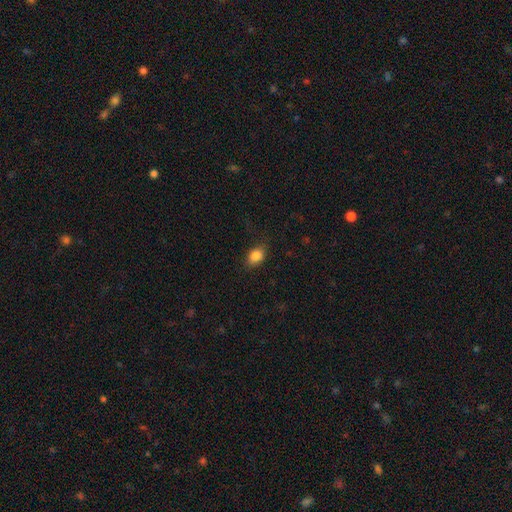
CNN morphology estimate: smooth_or_featured: smooth (p=0.85) [alt: star or artifact p=0.09]
how_rounded: in between (p=0.76) [alt: round p=0.22]
merging: none (p=0.81) [alt: minor disturbance p=0.14]